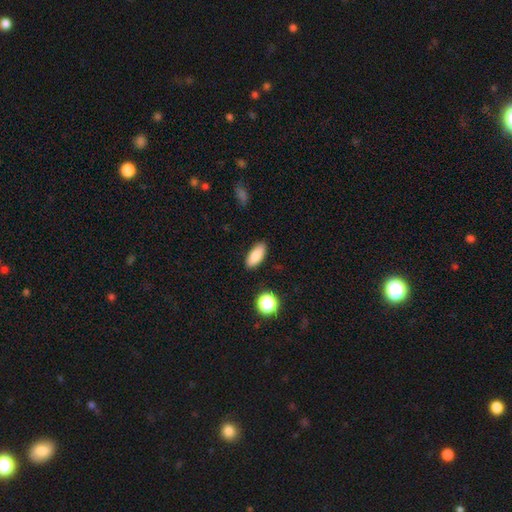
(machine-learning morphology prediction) Q: Smooth or featured?
A: smooth (85%); runner-up: star or artifact (8%)
Q: How rounded?
A: in between (84%); runner-up: cigar-shaped (13%)
Q: Merging?
A: none (88%); runner-up: minor disturbance (8%)